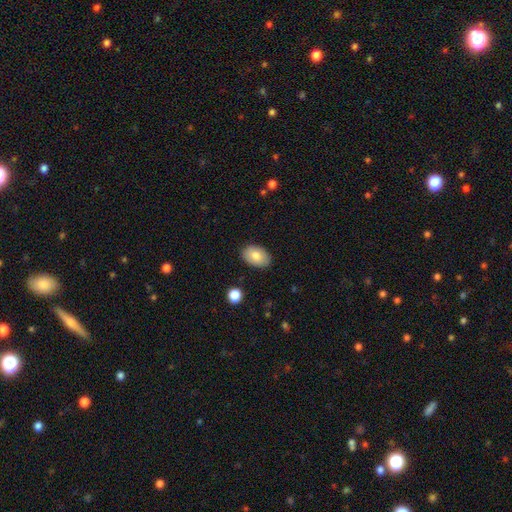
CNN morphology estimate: Overall: smooth (80%). How rounded: in between (89%). Merging: none (86%).